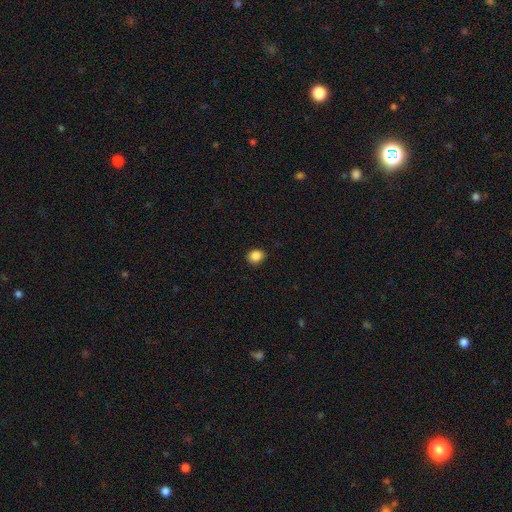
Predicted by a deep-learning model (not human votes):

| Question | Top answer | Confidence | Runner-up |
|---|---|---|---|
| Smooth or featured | smooth | 87% | star or artifact (10%) |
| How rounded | round | 62% | in between (37%) |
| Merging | none | 89% | minor disturbance (8%) |